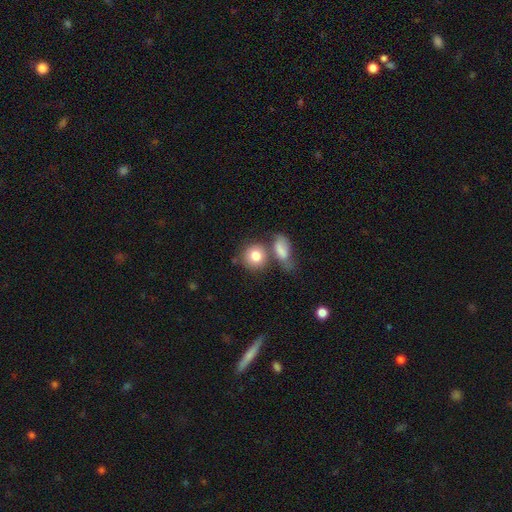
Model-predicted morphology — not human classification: A smooth galaxy with no disk features (81%) that is round (78%).

Vote fractions:
- Smooth or featured? smooth: 81% / featured or disk: 11% / star or artifact: 8%
- How rounded? round: 78% / in between: 20% / cigar-shaped: 2%
- Merging? none: 52% / merger: 29% / minor disturbance: 13% / major disturbance: 6%